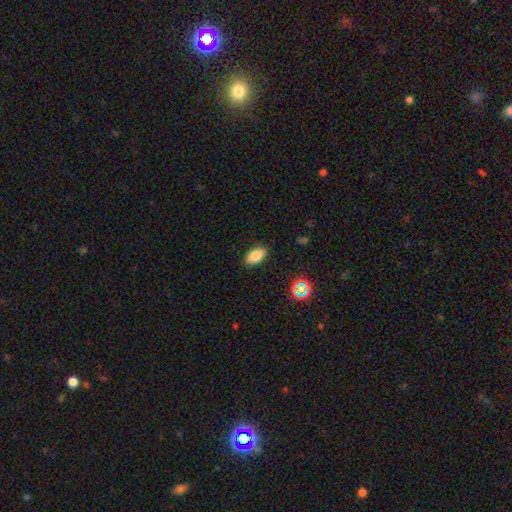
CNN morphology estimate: A smooth galaxy with no disk features (81%) that is in between round and cigar-shaped (92%).

Vote fractions:
- Smooth or featured? smooth: 81% / star or artifact: 11% / featured or disk: 8%
- How rounded? in between: 92% / round: 6% / cigar-shaped: 2%
- Merging? none: 85% / minor disturbance: 11% / major disturbance: 3% / merger: 1%